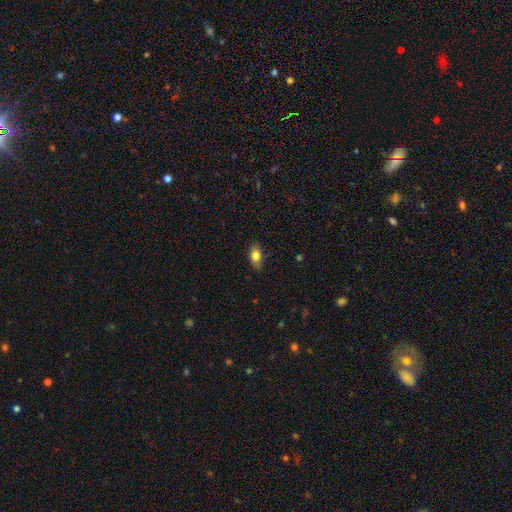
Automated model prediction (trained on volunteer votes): Smooth or featured: smooth — 79% (featured or disk — 14%)
How rounded: in between — 87% (round — 8%)
Merging: none — 78% (minor disturbance — 18%)